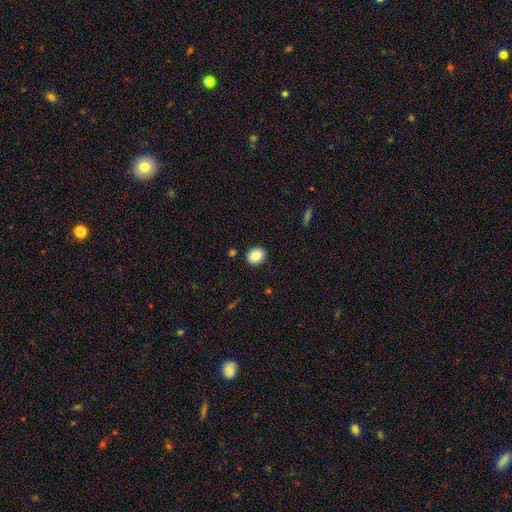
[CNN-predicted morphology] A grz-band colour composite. It shows a smooth galaxy with no disk features (89%) that is round (52%). Merging: none (88%).